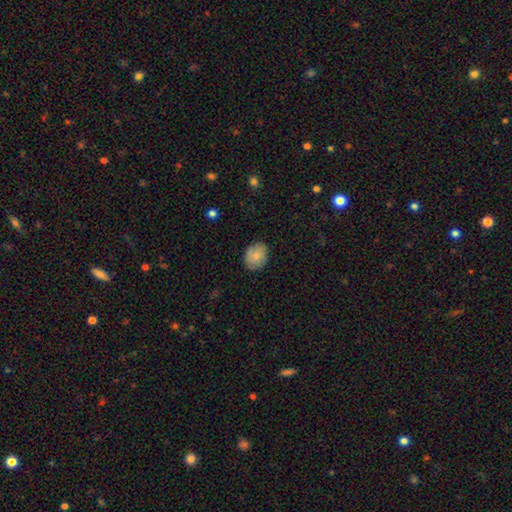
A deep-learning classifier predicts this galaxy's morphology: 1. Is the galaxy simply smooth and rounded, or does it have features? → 78% smooth, 15% featured or disk, 7% star or artifact.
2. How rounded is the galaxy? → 53% round, 46% in between, 1% cigar-shaped.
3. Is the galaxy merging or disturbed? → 82% none, 15% minor disturbance, 3% major disturbance, 1% merger.